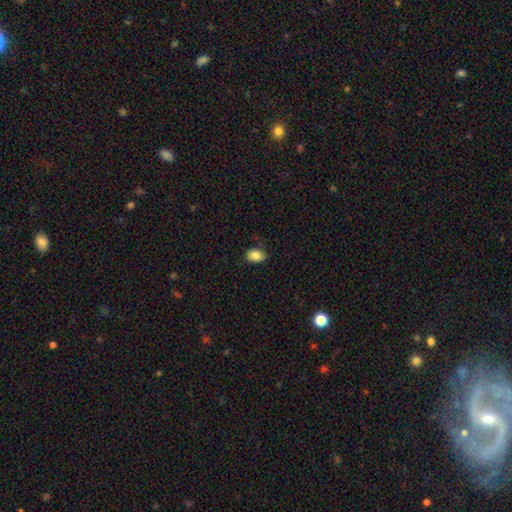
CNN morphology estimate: smooth 84%, star or artifact 9%, featured or disk 7%. Down the decision tree: how rounded — in between (77%); merging — none (81%).